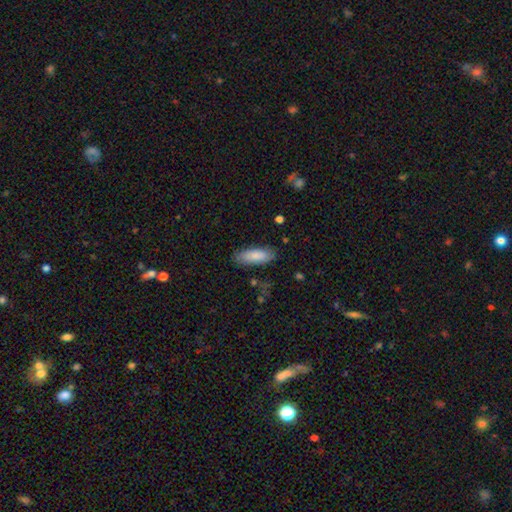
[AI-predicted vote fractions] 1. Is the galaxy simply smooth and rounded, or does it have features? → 84% smooth, 10% featured or disk, 6% star or artifact.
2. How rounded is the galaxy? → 70% in between, 29% cigar-shaped, 2% round.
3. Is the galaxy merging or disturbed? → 81% none, 14% minor disturbance, 3% major disturbance, 2% merger.